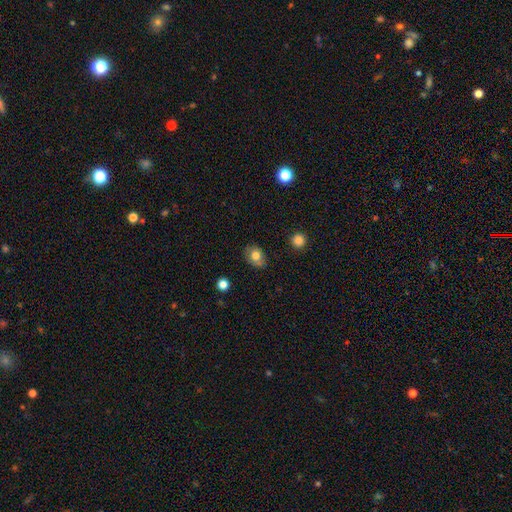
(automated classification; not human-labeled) A smooth galaxy with no disk features (77%) that is in between round and cigar-shaped (63%). Merging: none (79%).